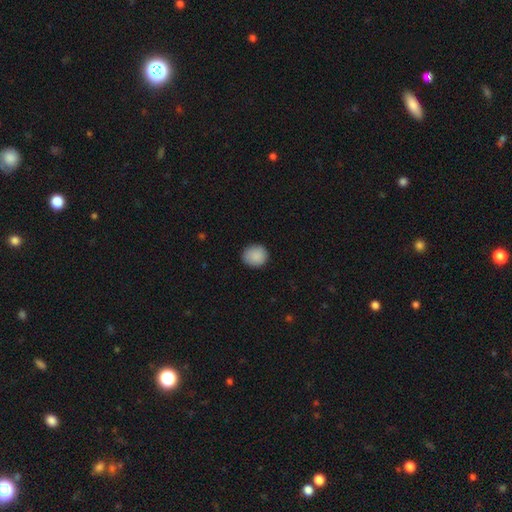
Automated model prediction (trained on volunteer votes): A smooth galaxy with no disk features (89%) that is round (83%). Merging: none (86%).